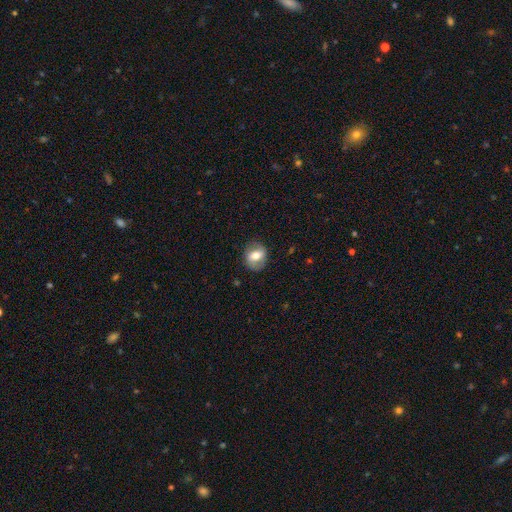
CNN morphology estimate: Smooth or featured? Predicted: smooth (p=0.55). How rounded? Predicted: round (p=0.60). Merging? Predicted: none (p=0.81).